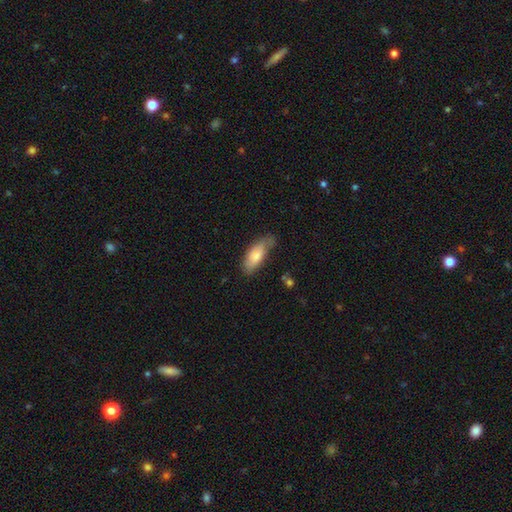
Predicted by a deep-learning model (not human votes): smooth 78%, featured or disk 16%, star or artifact 6%. Down the decision tree: how rounded — in between (75%); merging — none (61%).